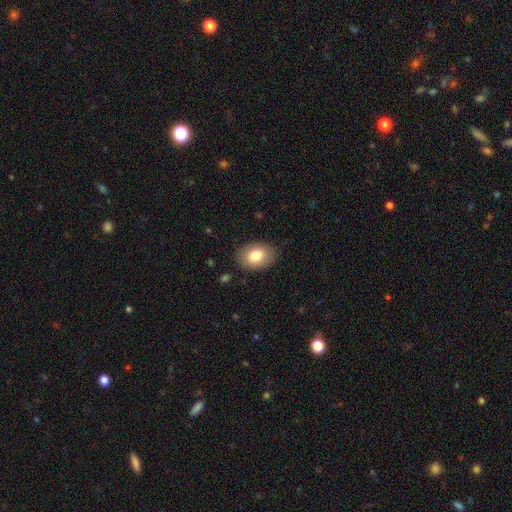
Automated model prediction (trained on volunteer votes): A smooth galaxy with no disk features (81%) that is in between round and cigar-shaped (79%). Merging: none (83%).